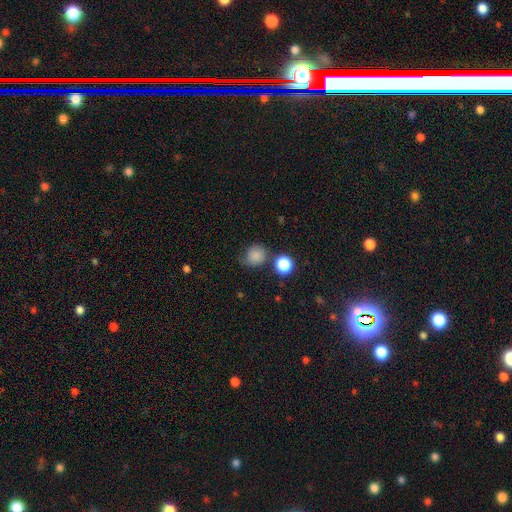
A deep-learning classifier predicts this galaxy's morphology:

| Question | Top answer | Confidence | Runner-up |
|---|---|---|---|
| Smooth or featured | smooth | 82% | star or artifact (12%) |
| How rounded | round | 80% | in between (19%) |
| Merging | none | 63% | minor disturbance (22%) |